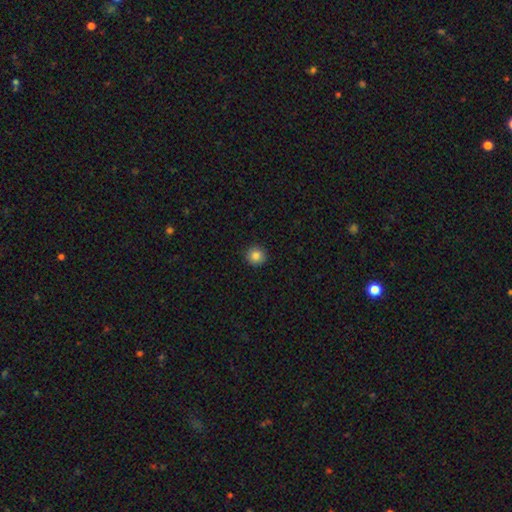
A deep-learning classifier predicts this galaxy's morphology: Smooth or featured? Predicted: smooth (p=0.84). How rounded? Predicted: round (p=0.94). Merging? Predicted: none (p=0.92).